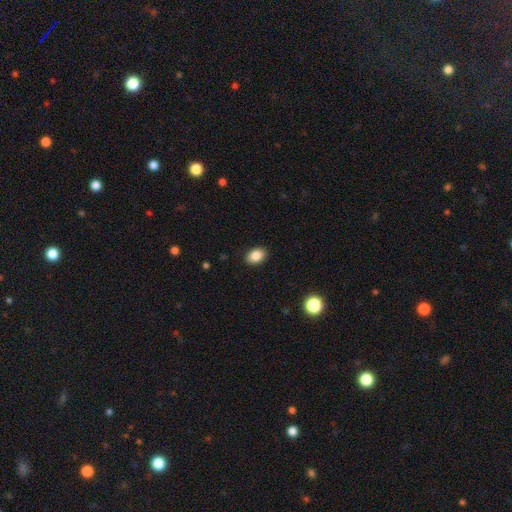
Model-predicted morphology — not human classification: Smooth or featured?
  - smooth: 86% *
  - star or artifact: 8%
  - featured or disk: 6%
How rounded?
  - in between: 80% *
  - round: 19%
  - cigar-shaped: 1%
Merging?
  - none: 90% *
  - minor disturbance: 8%
  - major disturbance: 2%
  - merger: 1%